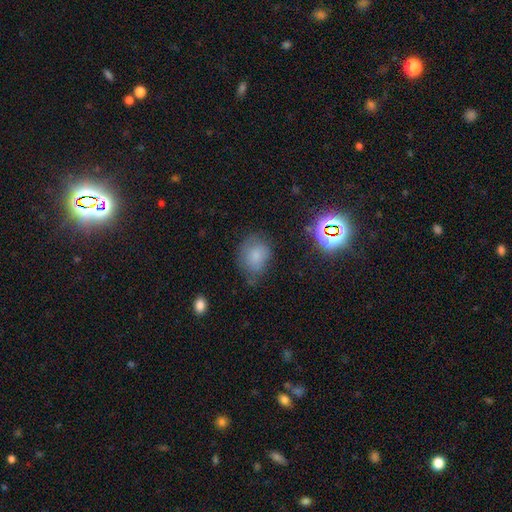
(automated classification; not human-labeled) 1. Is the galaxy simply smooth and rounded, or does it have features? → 74% smooth, 15% star or artifact, 12% featured or disk.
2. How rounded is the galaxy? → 55% round, 43% in between, 1% cigar-shaped.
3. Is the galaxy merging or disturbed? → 58% none, 29% minor disturbance, 10% major disturbance, 3% merger.